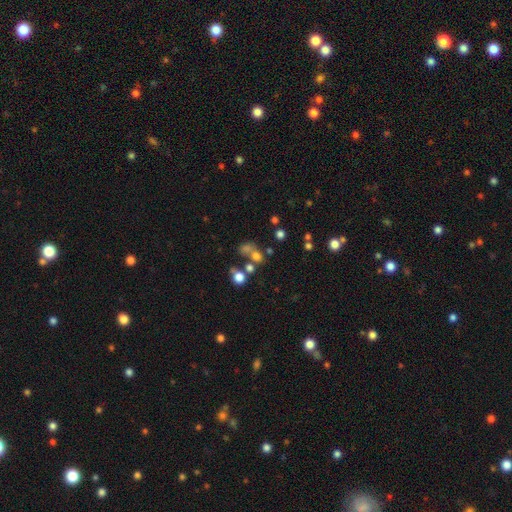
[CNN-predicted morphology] Smooth or featured? Predicted: smooth (p=0.52). How rounded? Predicted: round (p=0.69). Merging? Predicted: none (p=0.44).